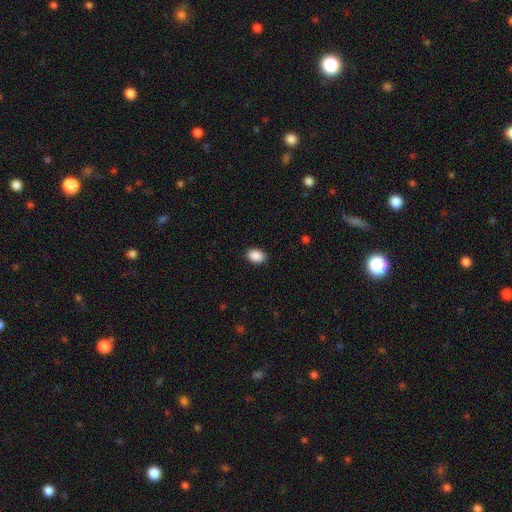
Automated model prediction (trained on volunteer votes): A smooth galaxy with no disk features (90%) that is in between round and cigar-shaped (77%).

Vote fractions:
- Smooth or featured? smooth: 90% / star or artifact: 8% / featured or disk: 3%
- How rounded? in between: 77% / round: 22% / cigar-shaped: 1%
- Merging? none: 89% / minor disturbance: 8% / major disturbance: 2% / merger: 1%